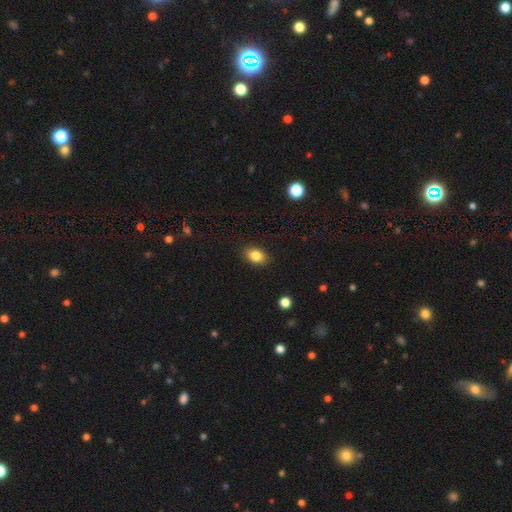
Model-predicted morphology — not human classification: smooth 85%, star or artifact 9%, featured or disk 6%. Down the decision tree: how rounded — in between (78%); merging — none (88%).